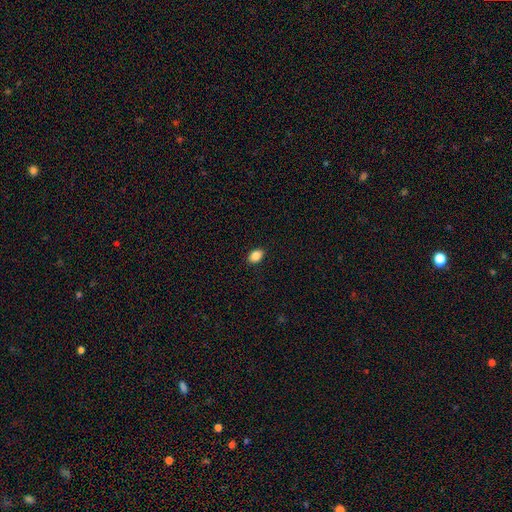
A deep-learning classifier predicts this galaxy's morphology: Smooth or featured?
  - smooth: 87% *
  - star or artifact: 9%
  - featured or disk: 4%
How rounded?
  - in between: 80% *
  - round: 19%
  - cigar-shaped: 1%
Merging?
  - none: 89% *
  - minor disturbance: 8%
  - major disturbance: 2%
  - merger: 1%